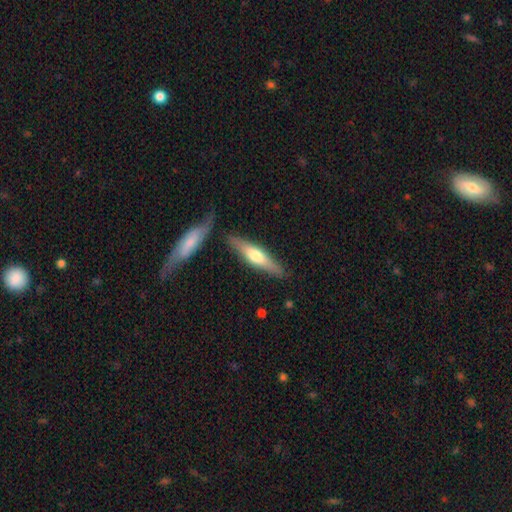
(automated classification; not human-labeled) smooth_or_featured: featured or disk (p=0.48) [alt: smooth p=0.46]
merging: none (p=0.80) [alt: minor disturbance p=0.11]